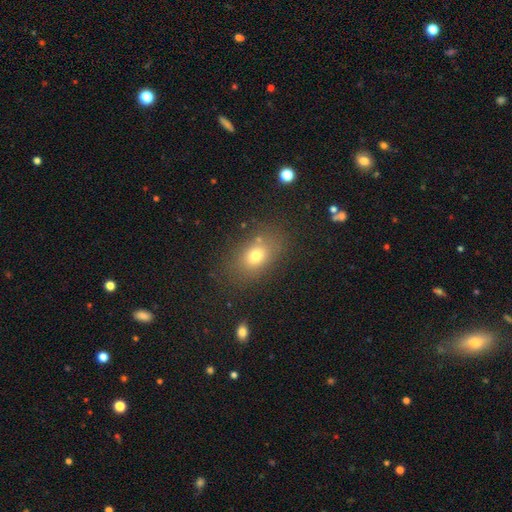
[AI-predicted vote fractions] smooth_or_featured: smooth (p=0.73) [alt: star or artifact p=0.14]
how_rounded: in between (p=0.75) [alt: round p=0.23]
merging: none (p=0.78) [alt: minor disturbance p=0.13]